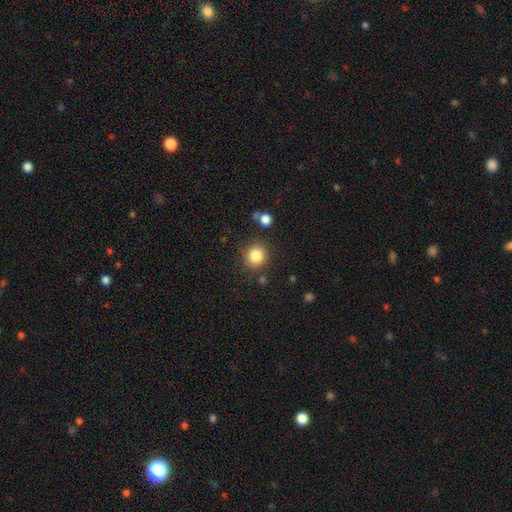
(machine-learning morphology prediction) Smooth or featured? Predicted: smooth (p=0.84). How rounded? Predicted: round (p=0.89). Merging? Predicted: none (p=0.85).